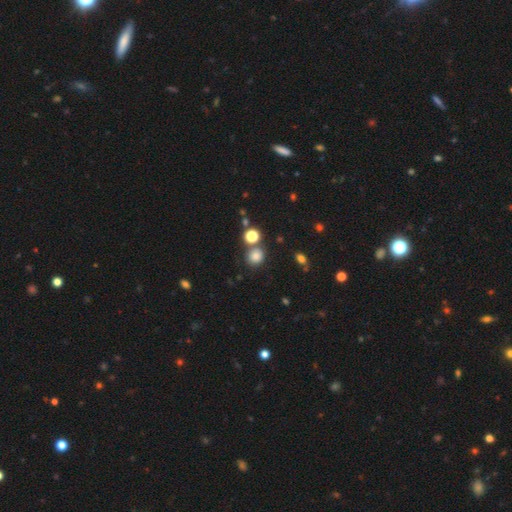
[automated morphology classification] Q: Smooth or featured?
A: smooth (80%); runner-up: star or artifact (14%)
Q: How rounded?
A: round (85%); runner-up: in between (14%)
Q: Merging?
A: none (74%); runner-up: merger (13%)